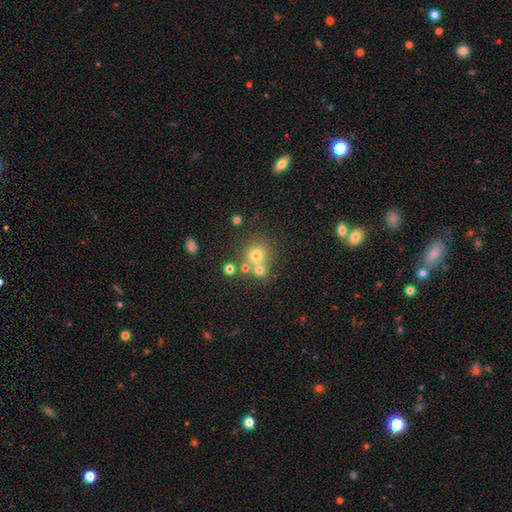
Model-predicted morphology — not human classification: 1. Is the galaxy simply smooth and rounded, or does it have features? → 62% smooth, 19% featured or disk, 18% star or artifact.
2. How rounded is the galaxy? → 82% round, 17% in between, 1% cigar-shaped.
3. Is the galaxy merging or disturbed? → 48% none, 38% merger, 9% minor disturbance, 5% major disturbance.